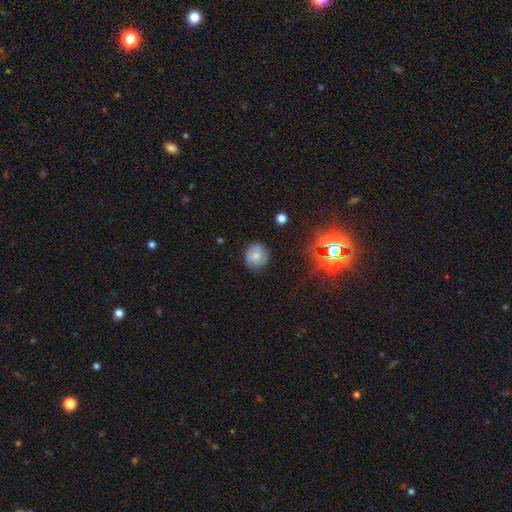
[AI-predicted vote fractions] This is possibly a smooth galaxy (56%). How rounded: clearly round (84%). Merging: clearly none (80%).